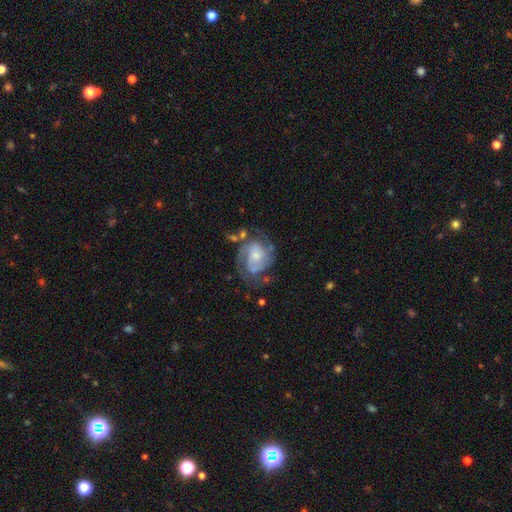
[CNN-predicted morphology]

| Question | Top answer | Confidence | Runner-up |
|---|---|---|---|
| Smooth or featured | featured or disk | 79% | smooth (15%) |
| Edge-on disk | no | 98% | yes (2%) |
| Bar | no | 65% | weak (29%) |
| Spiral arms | yes | 92% | no (8%) |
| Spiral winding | medium | 44% | tight (42%) |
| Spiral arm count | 2 | 66% | can't tell (15%) |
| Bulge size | small | 45% | moderate (35%) |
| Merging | none | 56% | minor disturbance (22%) |